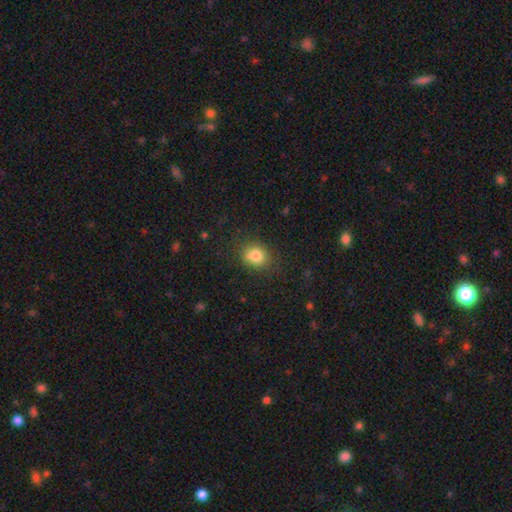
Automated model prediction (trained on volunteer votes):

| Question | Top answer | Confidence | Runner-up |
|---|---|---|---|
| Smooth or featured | smooth | 81% | star or artifact (12%) |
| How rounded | round | 59% | in between (40%) |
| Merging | none | 76% | minor disturbance (16%) |